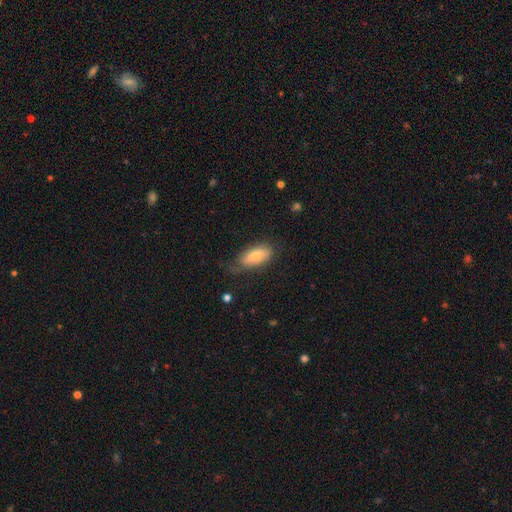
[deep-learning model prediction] Morphology: type=smooth (77%); roundness=in between (87%); merging=none (61%).